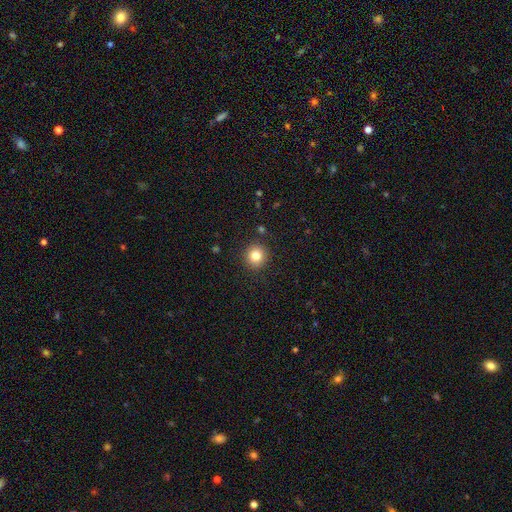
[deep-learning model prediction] This appears to be a smooth galaxy with no disk features (81%) that is round (93%). Merging: none (90%).